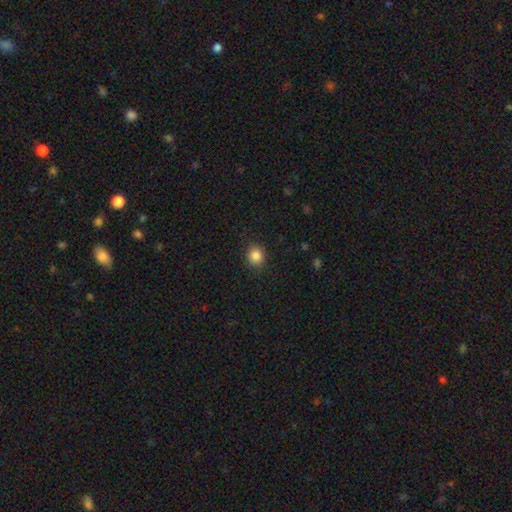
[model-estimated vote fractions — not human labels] This is clearly a smooth galaxy (86%). How rounded: likely round (79%). Merging: clearly none (89%).